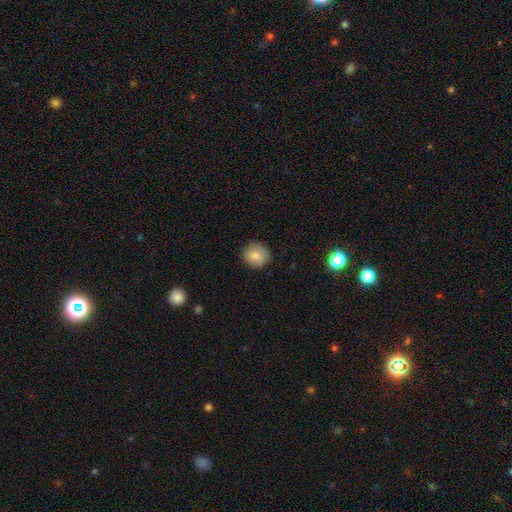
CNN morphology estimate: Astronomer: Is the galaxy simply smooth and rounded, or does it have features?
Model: smooth — 81%.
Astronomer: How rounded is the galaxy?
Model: round — 87%.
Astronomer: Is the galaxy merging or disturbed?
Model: none — 86%.